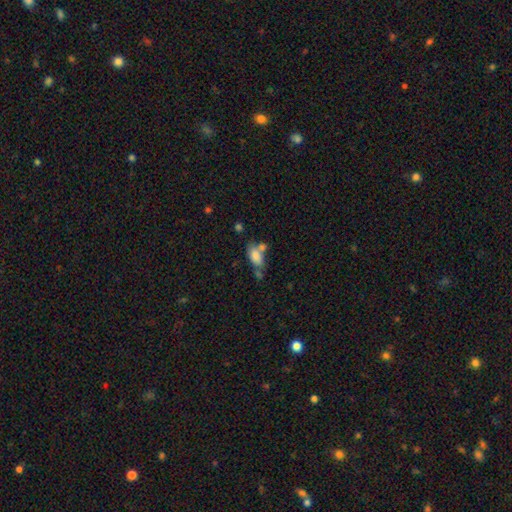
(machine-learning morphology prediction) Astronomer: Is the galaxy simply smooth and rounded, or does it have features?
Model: smooth — 79%.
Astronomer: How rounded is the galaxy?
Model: in between — 88%.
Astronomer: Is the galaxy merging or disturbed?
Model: none — 41% (runner-up: merger, 33%).